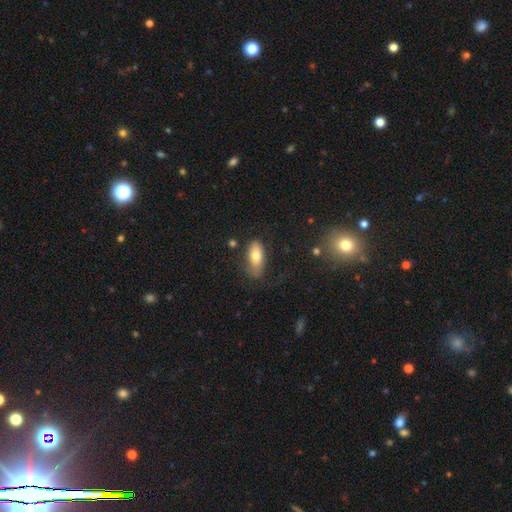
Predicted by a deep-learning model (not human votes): smooth_or_featured: smooth (p=0.75) [alt: featured or disk p=0.17]
how_rounded: in between (p=0.86) [alt: cigar-shaped p=0.11]
merging: none (p=0.65) [alt: minor disturbance p=0.24]